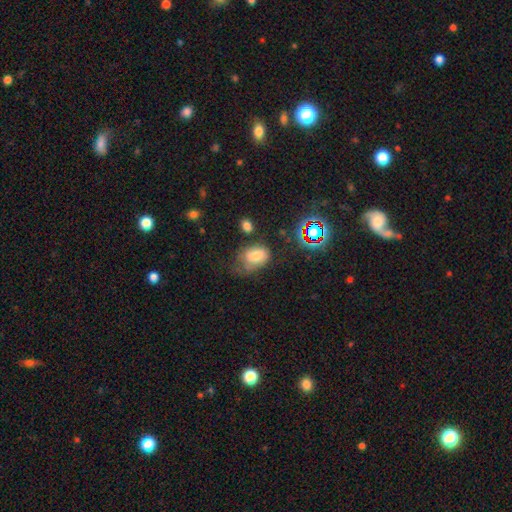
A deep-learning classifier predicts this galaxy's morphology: Smooth or featured? smooth (69%)
How rounded? in between (78%)
Merging? none (34%, tied with minor disturbance)